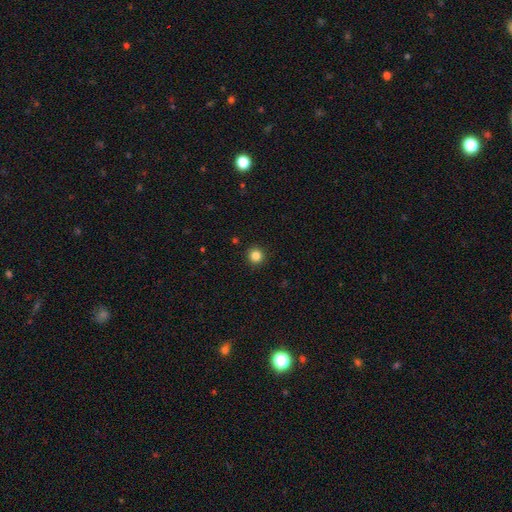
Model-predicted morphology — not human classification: Q: Smooth or featured?
A: smooth (84%); runner-up: star or artifact (12%)
Q: How rounded?
A: round (95%); runner-up: in between (4%)
Q: Merging?
A: none (93%); runner-up: minor disturbance (4%)